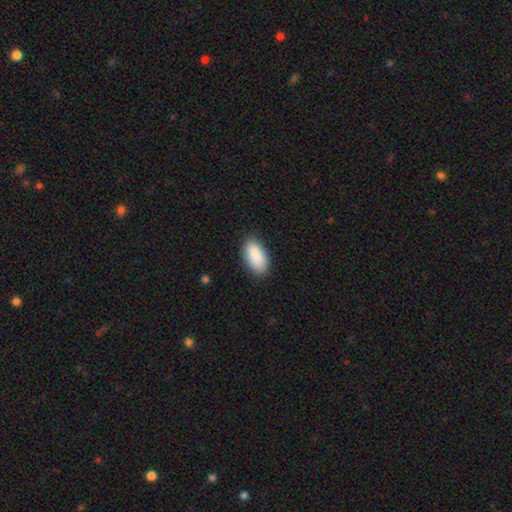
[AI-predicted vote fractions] Smooth or featured: smooth — 90% (star or artifact — 6%)
How rounded: in between — 94% (cigar-shaped — 3%)
Merging: none — 86% (minor disturbance — 11%)